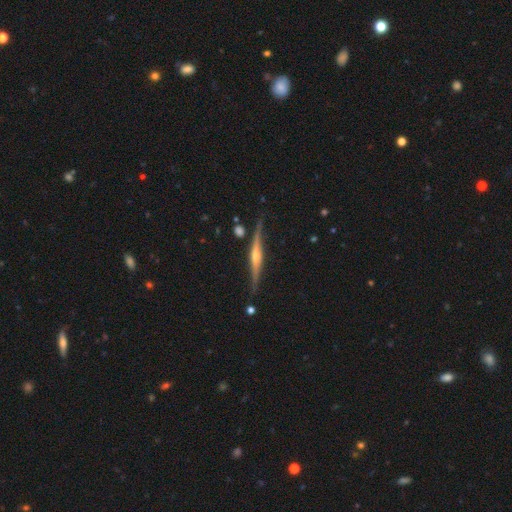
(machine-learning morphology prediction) This appears to be a featured or disk galaxy (84%) viewed edge-on (98%) with a rounded central bulge (83%). Merging: none (84%).